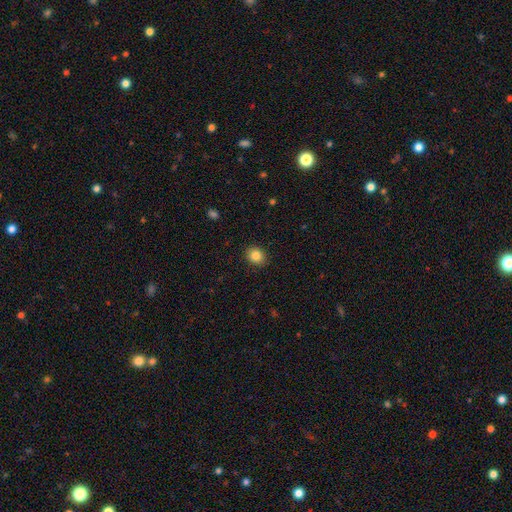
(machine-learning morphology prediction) A smooth galaxy with no disk features (84%) that is round (69%). Merging: none (91%).